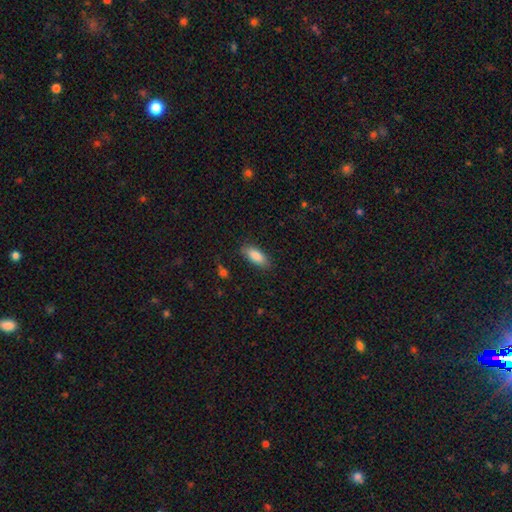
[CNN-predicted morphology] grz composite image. It shows a smooth galaxy with no disk features (87%) that is in between round and cigar-shaped (83%). Merging: none (84%).